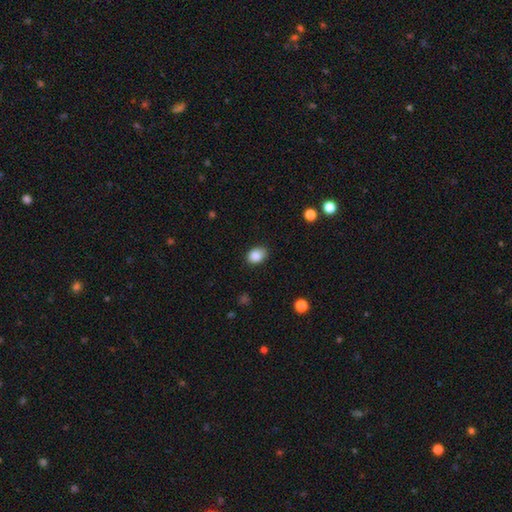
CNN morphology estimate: smooth_or_featured: smooth (p=0.87) [alt: star or artifact p=0.09]
how_rounded: in between (p=0.68) [alt: round p=0.31]
merging: none (p=0.79) [alt: minor disturbance p=0.16]